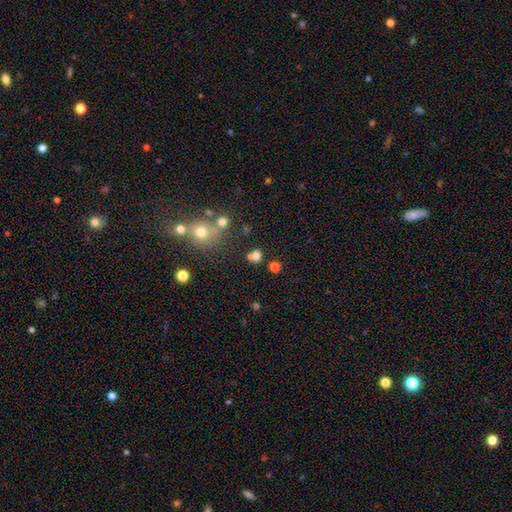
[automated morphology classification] smooth_or_featured: smooth (p=0.69) [alt: star or artifact p=0.21]
how_rounded: round (p=0.80) [alt: in between p=0.19]
merging: none (p=0.64) [alt: merger p=0.23]